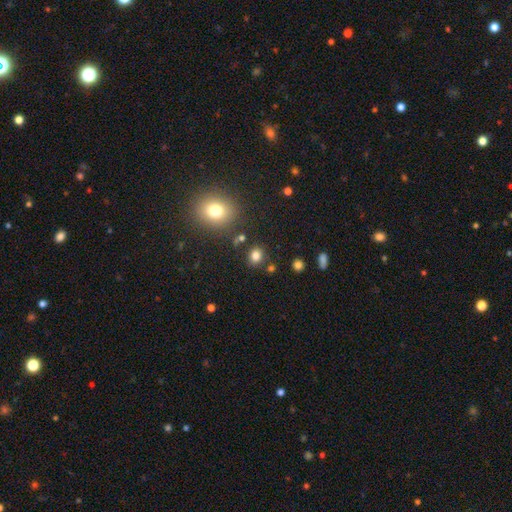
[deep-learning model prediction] smooth 80%, star or artifact 14%, featured or disk 5%. Down the decision tree: how rounded — round (75%); merging — none (83%).